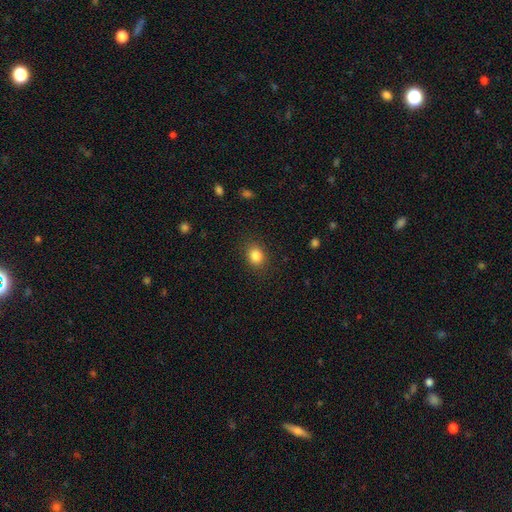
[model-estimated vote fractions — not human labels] Smooth or featured?
  - smooth: 85% *
  - star or artifact: 10%
  - featured or disk: 5%
How rounded?
  - round: 53% *
  - in between: 47%
  - cigar-shaped: 1%
Merging?
  - none: 86% *
  - minor disturbance: 9%
  - major disturbance: 3%
  - merger: 1%